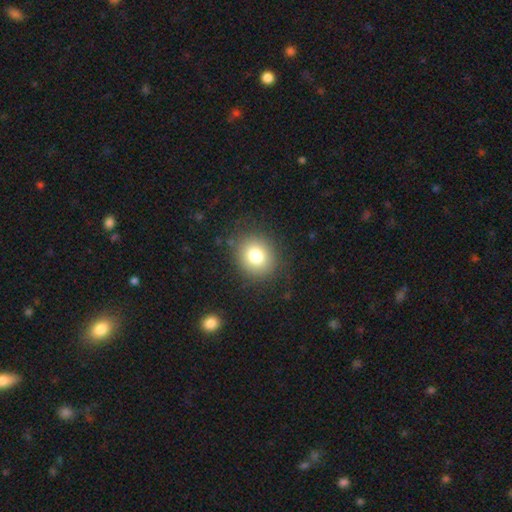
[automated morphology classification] smooth_or_featured: smooth (p=0.80) [alt: star or artifact p=0.11]
how_rounded: round (p=0.71) [alt: in between p=0.28]
merging: none (p=0.86) [alt: minor disturbance p=0.09]